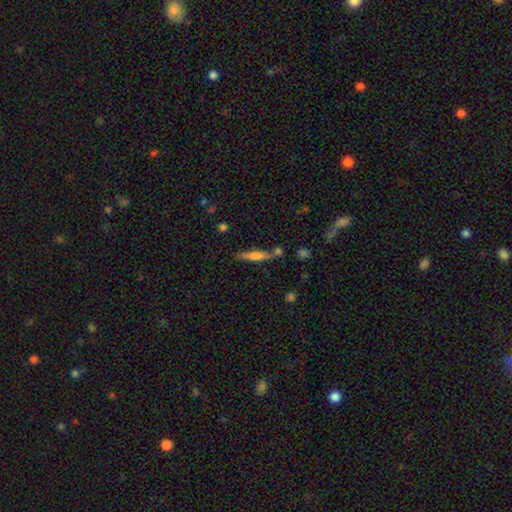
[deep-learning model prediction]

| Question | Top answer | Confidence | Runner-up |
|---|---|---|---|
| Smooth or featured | smooth | 53% | featured or disk (40%) |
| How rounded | cigar-shaped | 89% | in between (9%) |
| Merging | none | 73% | minor disturbance (13%) |